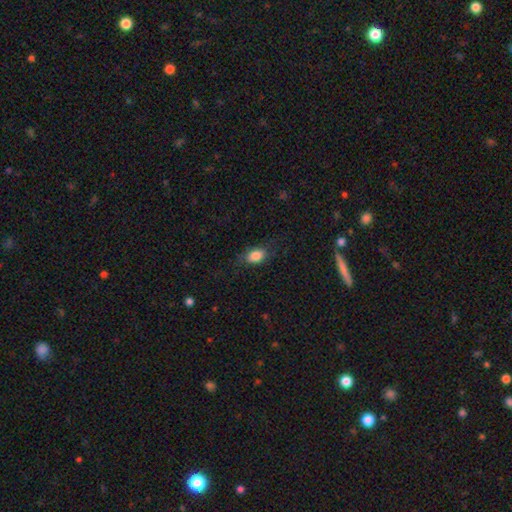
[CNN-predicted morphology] smooth 84%, star or artifact 8%, featured or disk 8%. Down the decision tree: how rounded — in between (86%); merging — none (74%).